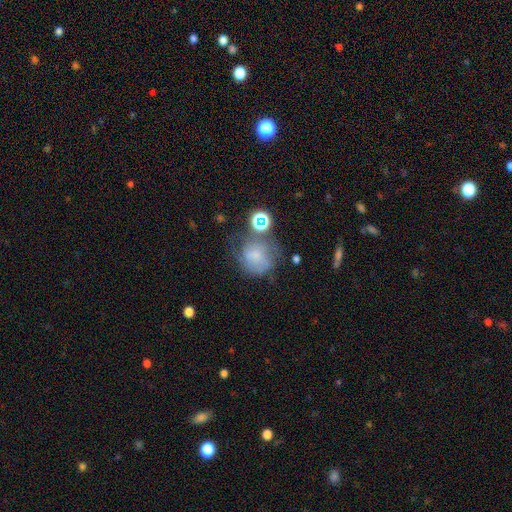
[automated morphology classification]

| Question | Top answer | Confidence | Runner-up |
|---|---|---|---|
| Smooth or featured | smooth | 52% | featured or disk (31%) |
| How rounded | round | 77% | in between (22%) |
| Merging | none | 39% | minor disturbance (25%) |